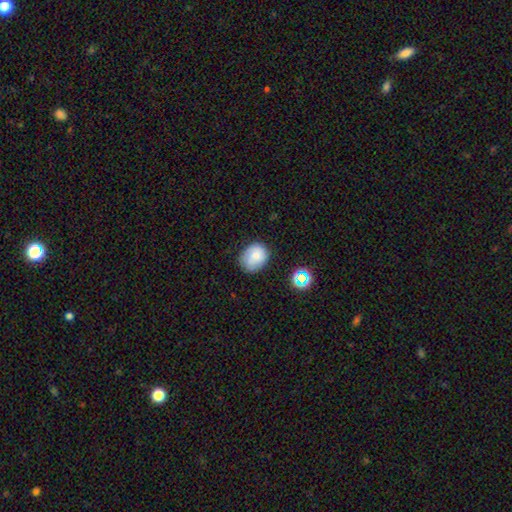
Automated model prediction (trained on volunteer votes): Smooth or featured?
  - smooth: 69% *
  - featured or disk: 20%
  - star or artifact: 12%
How rounded?
  - round: 54% *
  - in between: 45%
  - cigar-shaped: 1%
Merging?
  - none: 67% *
  - minor disturbance: 25%
  - major disturbance: 6%
  - merger: 3%